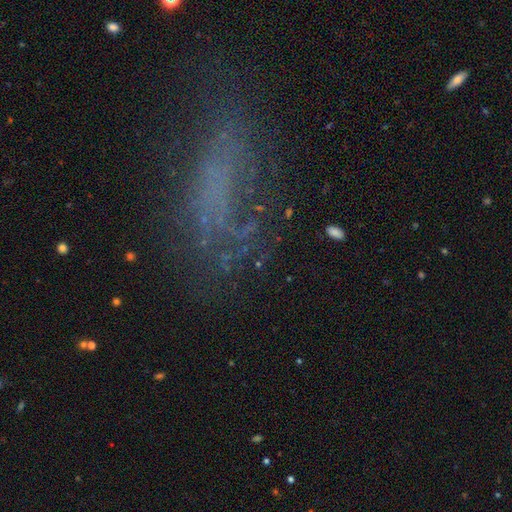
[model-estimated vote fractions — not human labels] Q: Smooth or featured?
A: featured or disk (41%); runner-up: star or artifact (35%)
Q: Merging?
A: none (51%); runner-up: major disturbance (28%)